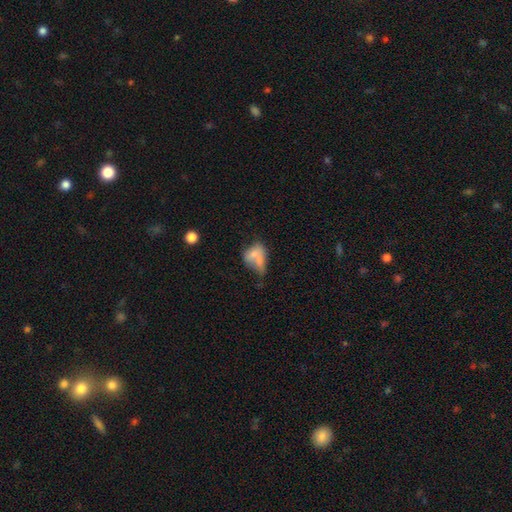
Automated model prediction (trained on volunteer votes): Smooth or featured?
  - smooth: 66% *
  - featured or disk: 24%
  - star or artifact: 11%
How rounded?
  - in between: 74% *
  - round: 21%
  - cigar-shaped: 5%
Merging?
  - merger: 40% *
  - none: 24%
  - major disturbance: 18%
  - minor disturbance: 18%